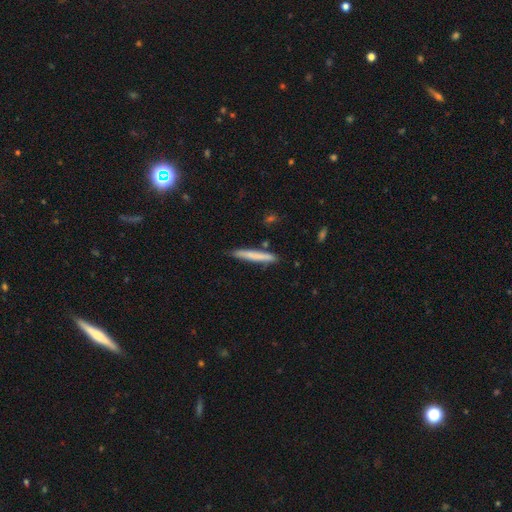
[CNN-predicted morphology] This is likely a smooth galaxy (72%). How rounded: clearly cigar-shaped (96%). Merging: clearly none (86%).